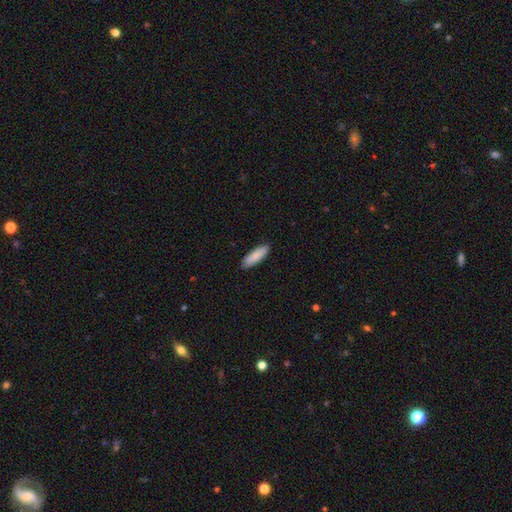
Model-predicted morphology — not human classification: Smooth or featured: smooth — 87% (featured or disk — 8%)
How rounded: in between — 49% (tied with cigar-shaped — 49%)
Merging: none — 89% (minor disturbance — 9%)